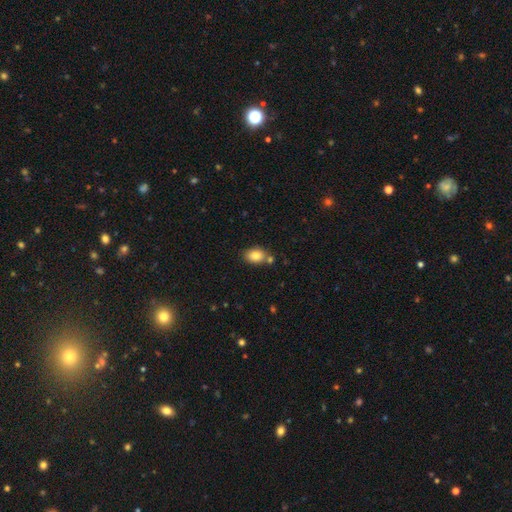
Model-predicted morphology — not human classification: type=smooth (83%); roundness=in between (78%); merging=none (69%).